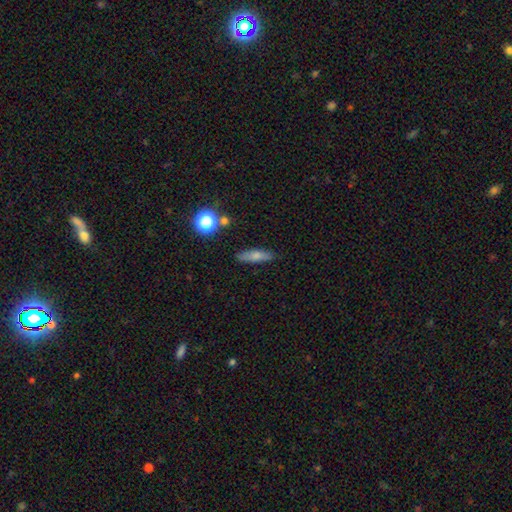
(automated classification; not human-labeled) This is likely a smooth galaxy (67%). How rounded: likely cigar-shaped (64%). Merging: clearly none (83%).